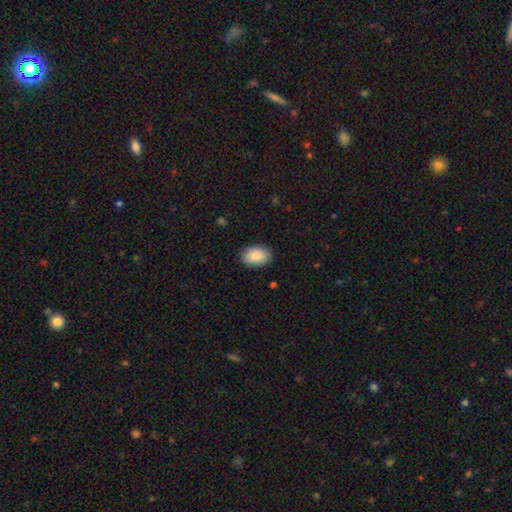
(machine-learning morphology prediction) Smooth or featured?
  - smooth: 88% *
  - star or artifact: 6%
  - featured or disk: 5%
How rounded?
  - in between: 88% *
  - round: 11%
  - cigar-shaped: 1%
Merging?
  - none: 86% *
  - minor disturbance: 11%
  - major disturbance: 2%
  - merger: 1%